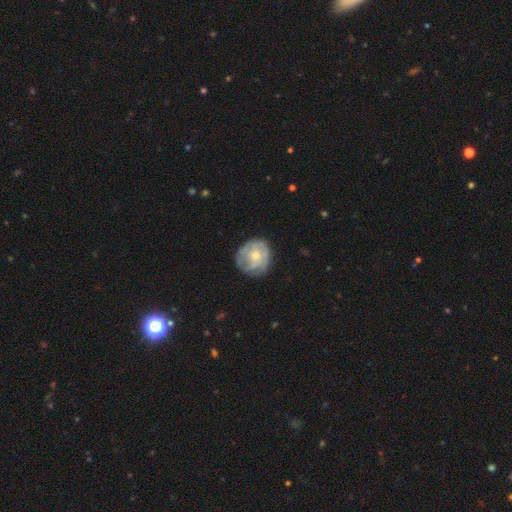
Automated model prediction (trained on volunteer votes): smooth-or-featured: featured or disk: 51% | smooth: 43% | star or artifact: 7%
  disk-edge-on: no: 97% | yes: 3%
  merging: none: 69% | minor disturbance: 21% | major disturbance: 9% | merger: 2%